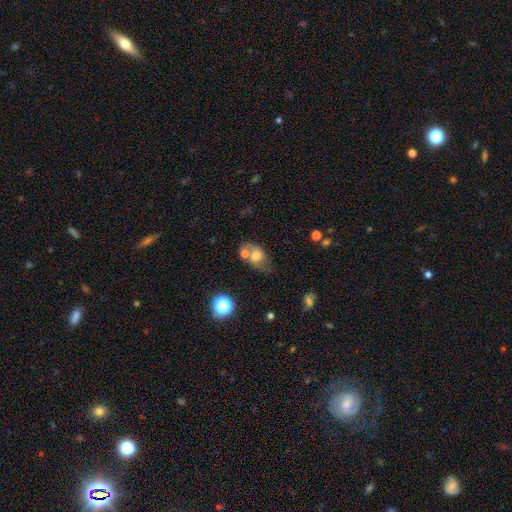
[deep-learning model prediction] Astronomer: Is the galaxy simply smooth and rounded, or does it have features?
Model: smooth — 52% (runner-up: featured or disk, 36%).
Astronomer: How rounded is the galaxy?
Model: in between — 64%.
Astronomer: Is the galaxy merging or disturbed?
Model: none — 38% (runner-up: merger, 32%).